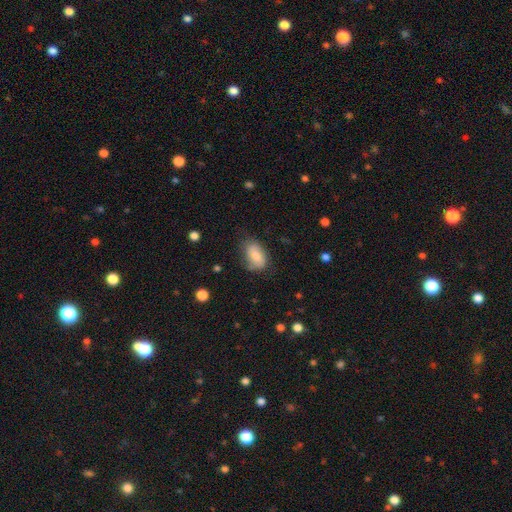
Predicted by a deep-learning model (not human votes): This is likely a smooth galaxy (74%). How rounded: clearly in between (90%). Merging: likely none (63%).